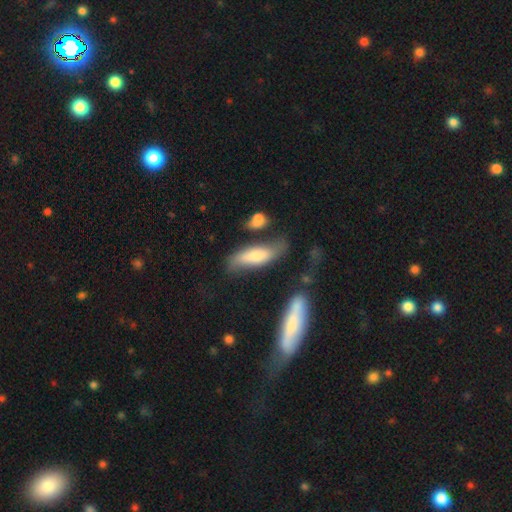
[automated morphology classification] smooth-or-featured: smooth: 57% | featured or disk: 34% | star or artifact: 8%
  how-rounded: cigar-shaped: 53% | in between: 44% | round: 2%
  merging: none: 51% | minor disturbance: 25% | major disturbance: 12% | merger: 11%